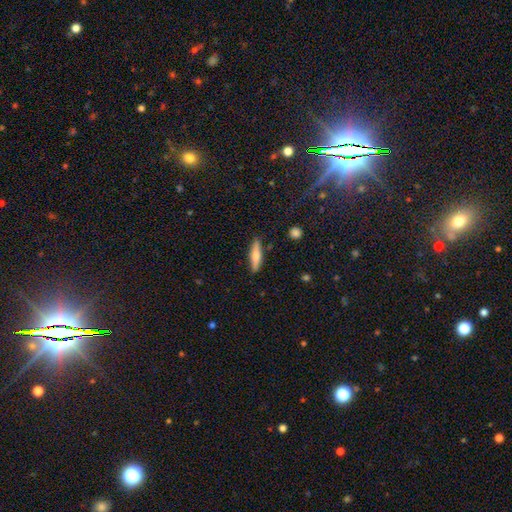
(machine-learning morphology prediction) Q: Smooth or featured?
A: smooth (63%); runner-up: featured or disk (31%)
Q: How rounded?
A: cigar-shaped (76%); runner-up: in between (22%)
Q: Merging?
A: none (86%); runner-up: minor disturbance (10%)